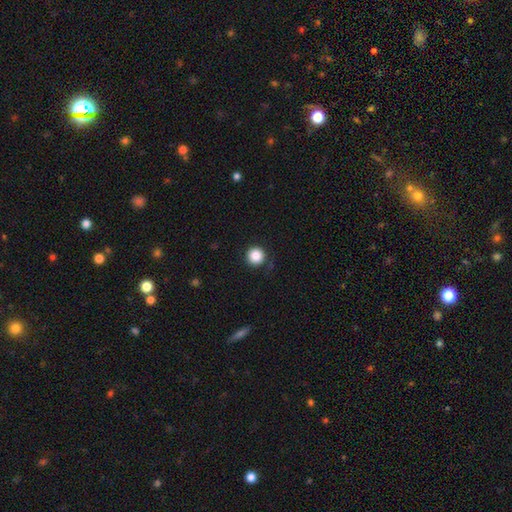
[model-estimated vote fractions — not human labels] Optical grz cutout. It shows a smooth galaxy with no disk features (86%) that is round (96%). Merging: none (86%).